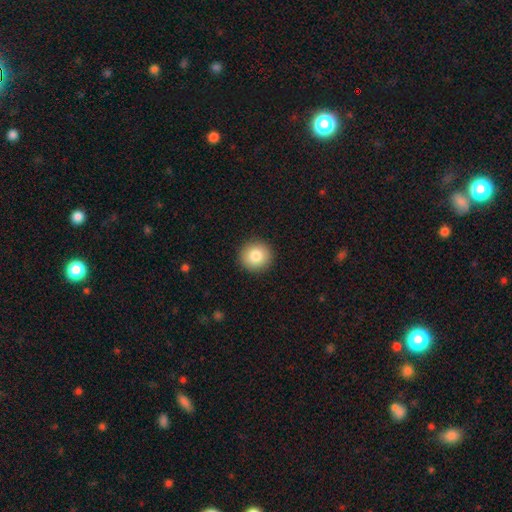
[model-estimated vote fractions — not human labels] A smooth galaxy with no disk features (83%) that is round (94%). Merging: none (92%).